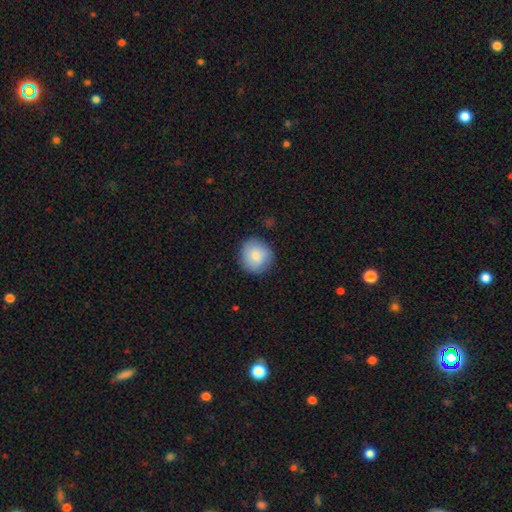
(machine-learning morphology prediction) smooth-or-featured: smooth: 85% | featured or disk: 8% | star or artifact: 6%
  how-rounded: round: 91% | in between: 8% | cigar-shaped: 1%
  merging: none: 85% | minor disturbance: 11% | major disturbance: 3% | merger: 1%